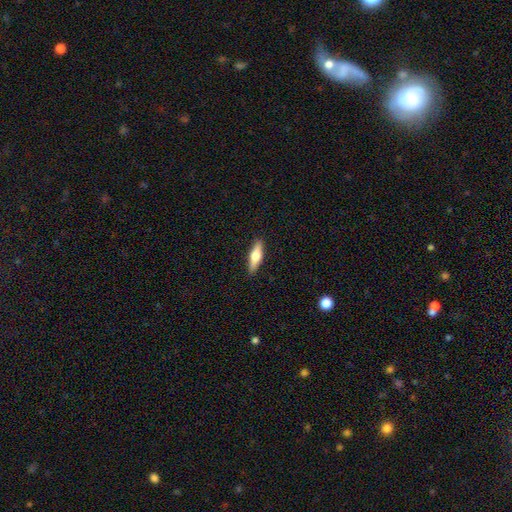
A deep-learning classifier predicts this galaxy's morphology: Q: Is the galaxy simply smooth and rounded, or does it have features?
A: smooth — 56%.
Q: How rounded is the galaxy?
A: cigar-shaped — 58%.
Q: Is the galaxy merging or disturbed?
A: none — 89%.